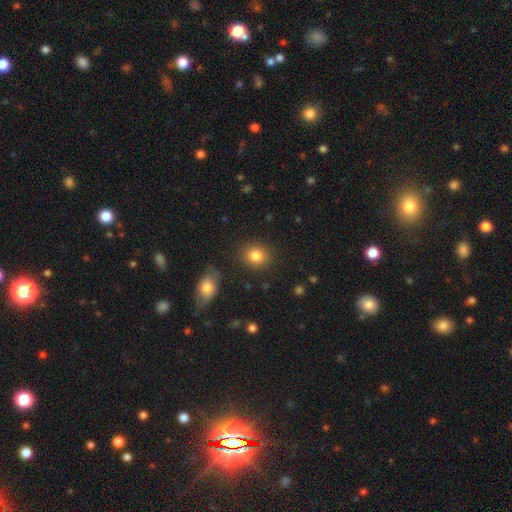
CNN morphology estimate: smooth-or-featured: smooth: 84% | star or artifact: 10% | featured or disk: 6%
  how-rounded: round: 71% | in between: 28% | cigar-shaped: 1%
  merging: none: 87% | minor disturbance: 8% | major disturbance: 3% | merger: 3%